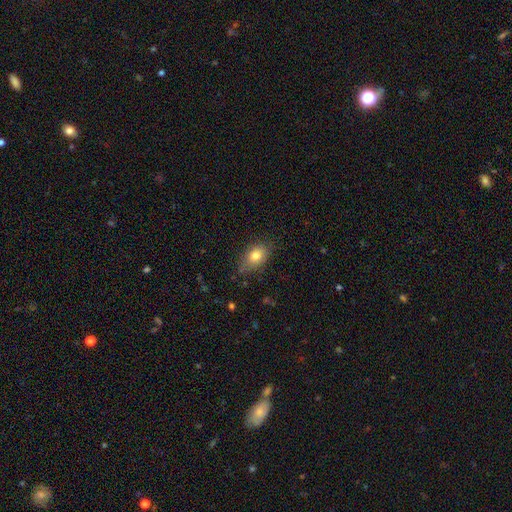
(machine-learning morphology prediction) A smooth galaxy with no disk features (79%) that is in between round and cigar-shaped (82%). Merging: none (73%).